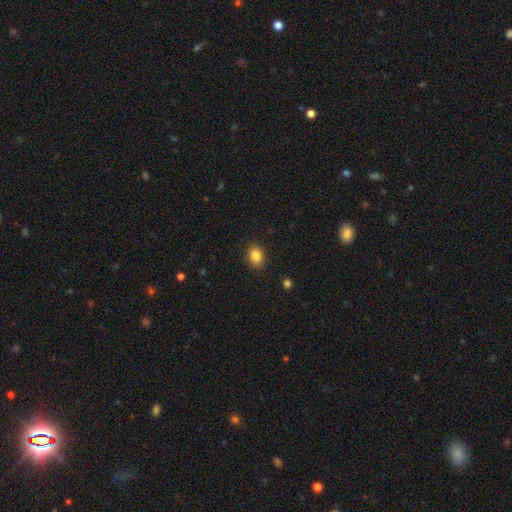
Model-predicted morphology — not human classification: A smooth galaxy with no disk features (86%) that is in between round and cigar-shaped (69%).

Vote fractions:
- Smooth or featured? smooth: 86% / star or artifact: 9% / featured or disk: 5%
- How rounded? in between: 69% / round: 30% / cigar-shaped: 1%
- Merging? none: 88% / minor disturbance: 8% / major disturbance: 2% / merger: 1%